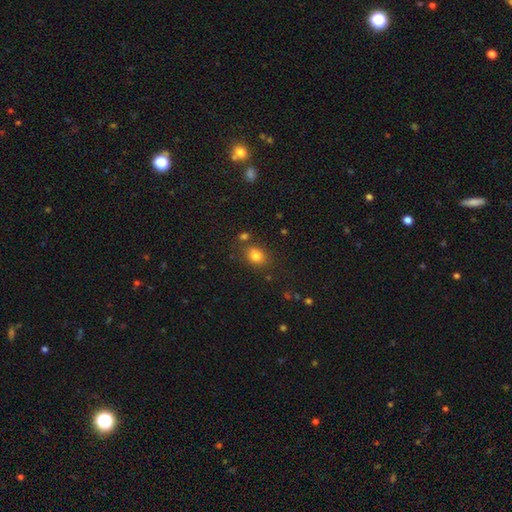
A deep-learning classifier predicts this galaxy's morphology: Q: Smooth or featured?
A: smooth (81%); runner-up: star or artifact (12%)
Q: How rounded?
A: in between (57%); runner-up: round (42%)
Q: Merging?
A: none (73%); runner-up: minor disturbance (13%)